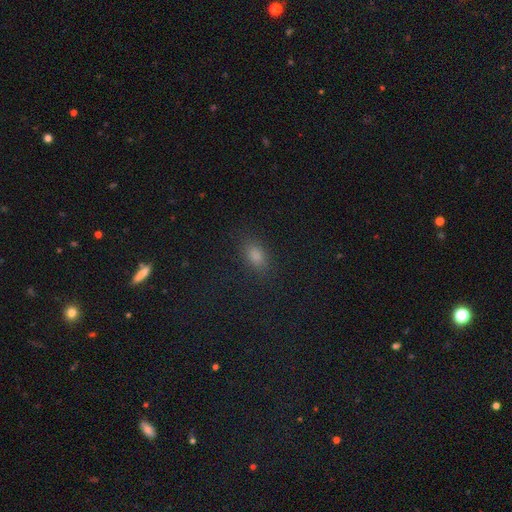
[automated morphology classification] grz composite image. It shows a smooth galaxy with no disk features (79%) that is in between round and cigar-shaped (84%). Merging: none (83%).